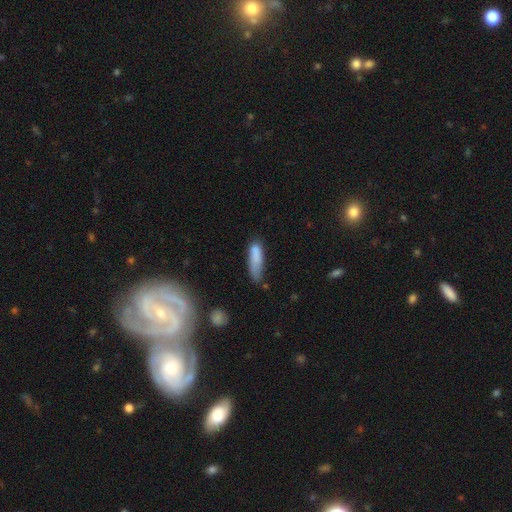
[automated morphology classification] smooth 81%, featured or disk 12%, star or artifact 8%. Down the decision tree: how rounded — cigar-shaped (60%); merging — none (43%).